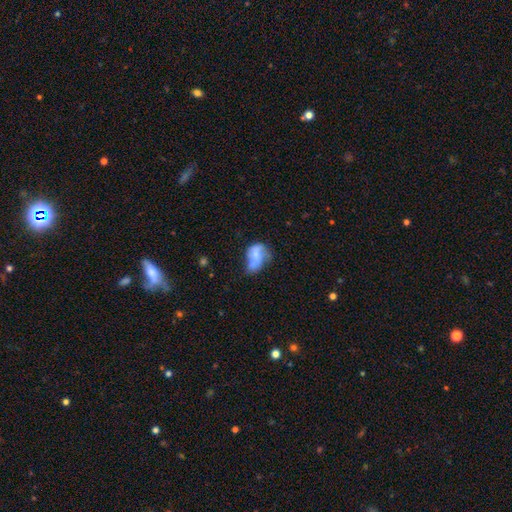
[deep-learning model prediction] The model was most divided on "smooth or featured": smooth: 54%, featured or disk: 37%, star or artifact: 9%. Remaining: how rounded — in between (77%); merging — merger (42%).